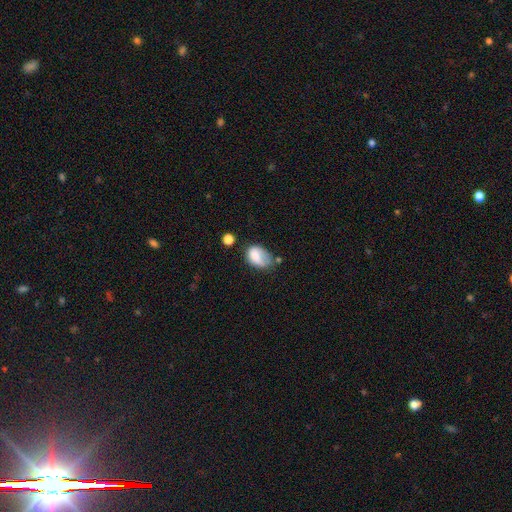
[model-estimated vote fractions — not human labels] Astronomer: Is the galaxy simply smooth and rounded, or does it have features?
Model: smooth — 76%.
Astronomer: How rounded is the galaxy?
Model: in between — 83%.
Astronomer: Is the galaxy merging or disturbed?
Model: none — 37% (runner-up: minor disturbance, 33%).